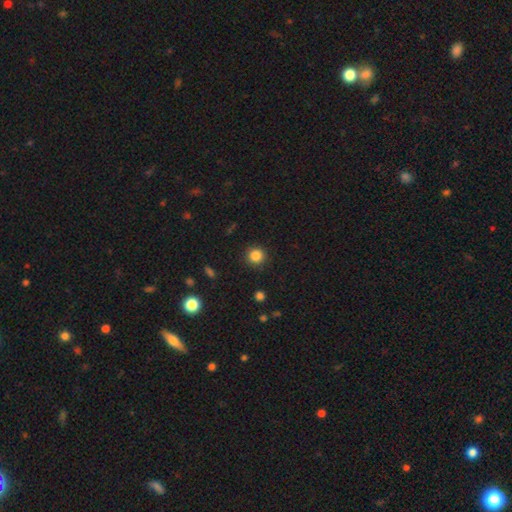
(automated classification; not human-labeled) smooth_or_featured: smooth (p=0.85) [alt: star or artifact p=0.11]
how_rounded: round (p=0.94) [alt: in between p=0.05]
merging: none (p=0.91) [alt: minor disturbance p=0.06]